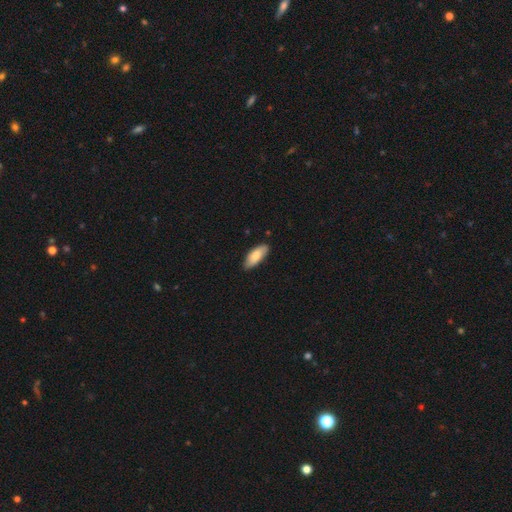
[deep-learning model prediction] Q: Smooth or featured?
A: smooth (79%); runner-up: featured or disk (15%)
Q: How rounded?
A: in between (79%); runner-up: cigar-shaped (20%)
Q: Merging?
A: none (83%); runner-up: minor disturbance (14%)